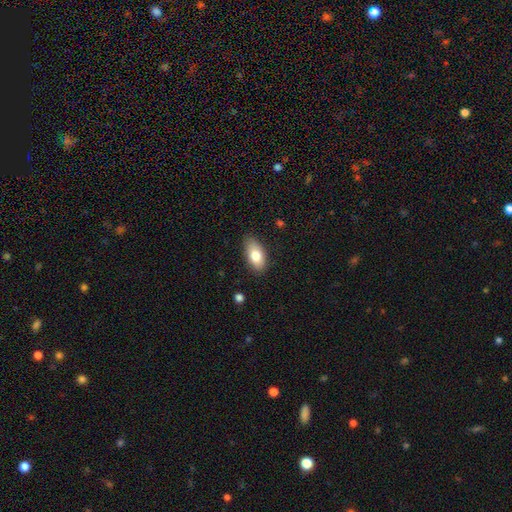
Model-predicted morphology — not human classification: Smooth or featured?
  - smooth: 79% *
  - featured or disk: 14%
  - star or artifact: 7%
How rounded?
  - in between: 91% *
  - cigar-shaped: 5%
  - round: 4%
Merging?
  - none: 83% *
  - minor disturbance: 13%
  - major disturbance: 2%
  - merger: 1%